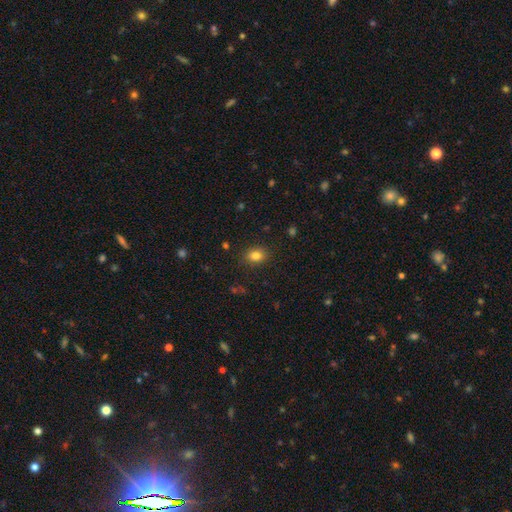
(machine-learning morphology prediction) type=smooth (82%); roundness=in between (55%); merging=none (86%).